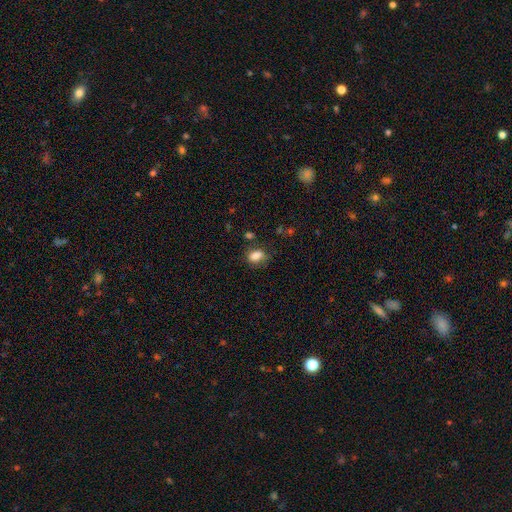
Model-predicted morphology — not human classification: smooth-or-featured: smooth: 82% | star or artifact: 9% | featured or disk: 9%
  how-rounded: in between: 78% | round: 20% | cigar-shaped: 2%
  merging: none: 67% | minor disturbance: 21% | major disturbance: 7% | merger: 5%